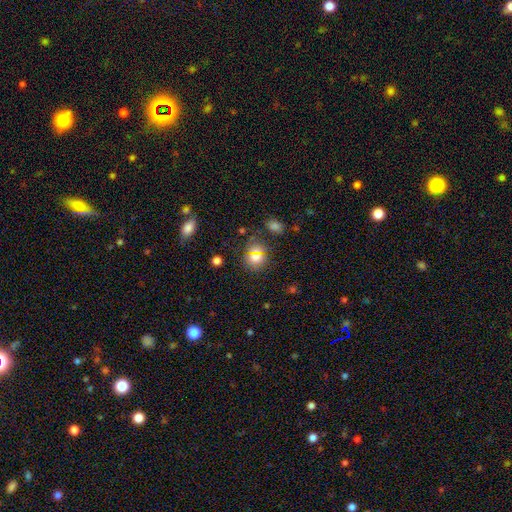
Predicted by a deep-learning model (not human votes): The model was most divided on "smooth or featured": smooth: 64%, star or artifact: 27%, featured or disk: 8%. More confident: merging — none (81%); how rounded — round (80%).